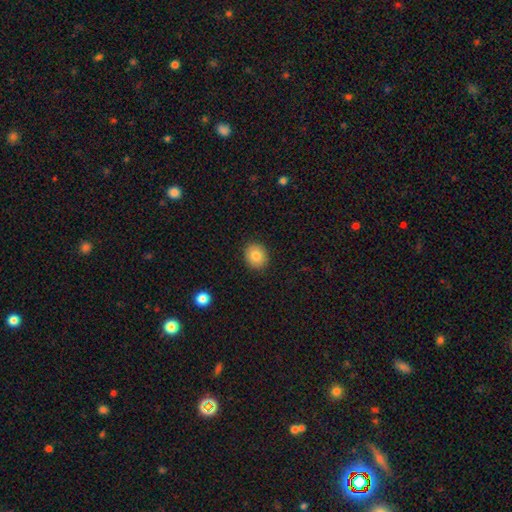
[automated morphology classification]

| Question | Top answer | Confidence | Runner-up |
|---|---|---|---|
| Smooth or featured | smooth | 83% | star or artifact (9%) |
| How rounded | round | 71% | in between (28%) |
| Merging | none | 90% | minor disturbance (7%) |